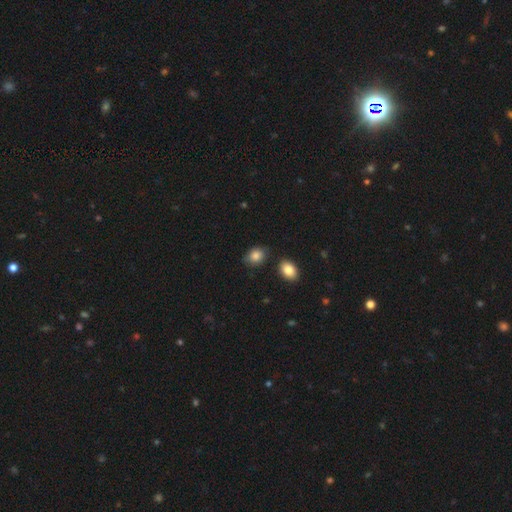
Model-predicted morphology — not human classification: The model was most divided on "how rounded": in between: 70%, round: 28%, cigar-shaped: 1%. More confident: smooth or featured — smooth (85%); merging — none (77%).